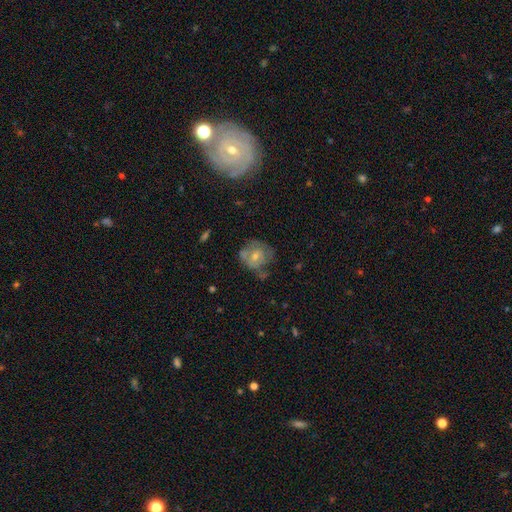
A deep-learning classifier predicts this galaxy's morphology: A featured or disk galaxy (53%) with no bar (69%), spiral arms (60%) and a moderate central bulge (48%). Merging: none (62%).